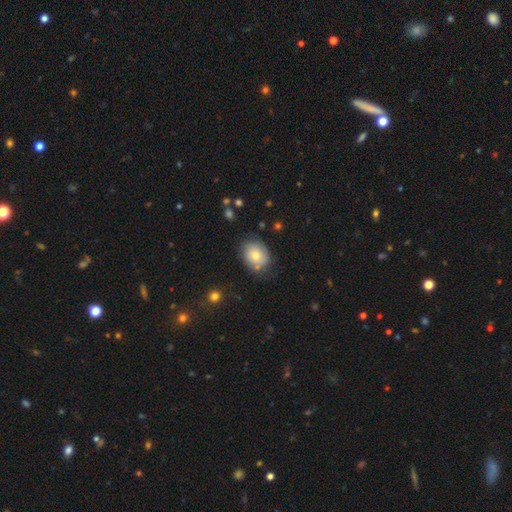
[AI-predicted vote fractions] This is likely a smooth galaxy (76%). How rounded: likely in between (62%). Merging: likely none (71%).